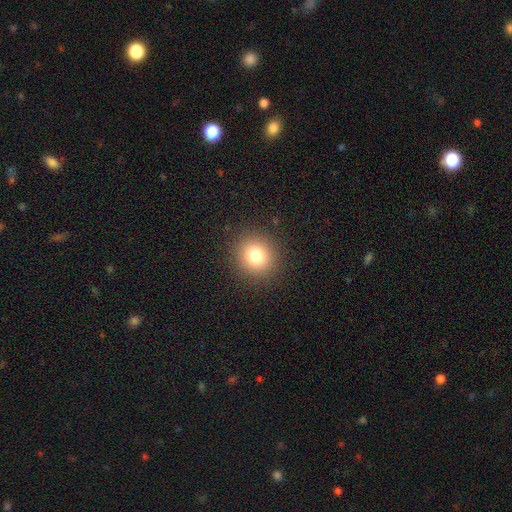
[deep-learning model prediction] This is likely a smooth galaxy (79%). How rounded: clearly round (89%). Merging: clearly none (90%).